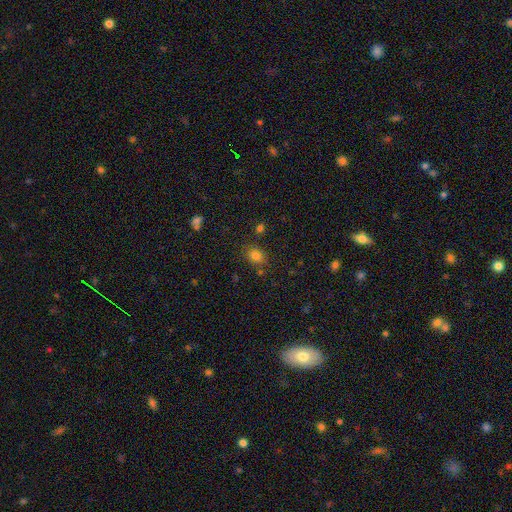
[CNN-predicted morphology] A smooth galaxy with no disk features (78%) that is round (53%). Merging: none (77%).